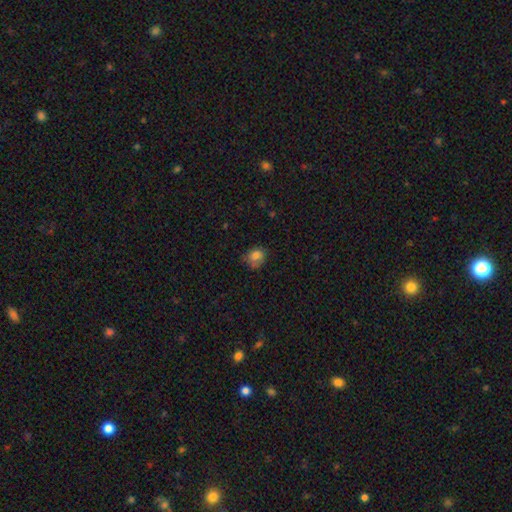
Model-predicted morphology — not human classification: This appears to be a smooth galaxy with no disk features (79%) that is round (56%). Merging: none (56%).